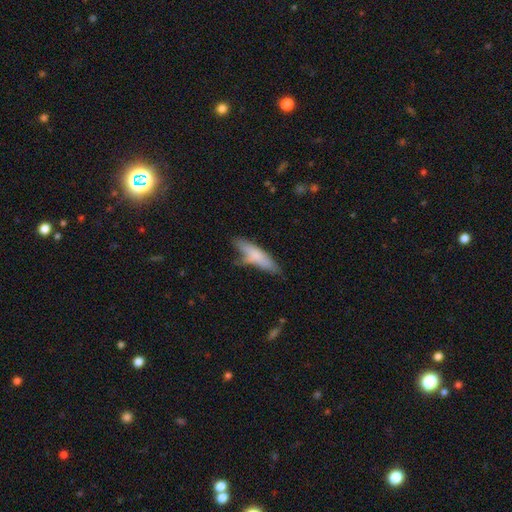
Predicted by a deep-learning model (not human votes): Smooth or featured? Predicted: smooth (p=0.69). How rounded? Predicted: cigar-shaped (p=0.68). Merging? Predicted: none (p=0.48).